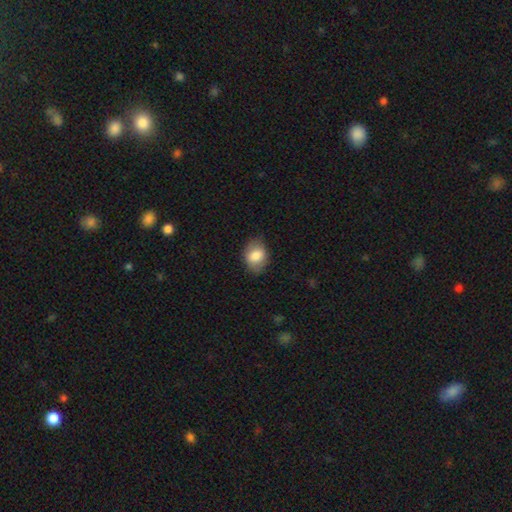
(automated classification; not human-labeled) smooth 81%, featured or disk 12%, star or artifact 7%. Down the decision tree: how rounded — in between (71%); merging — none (78%).